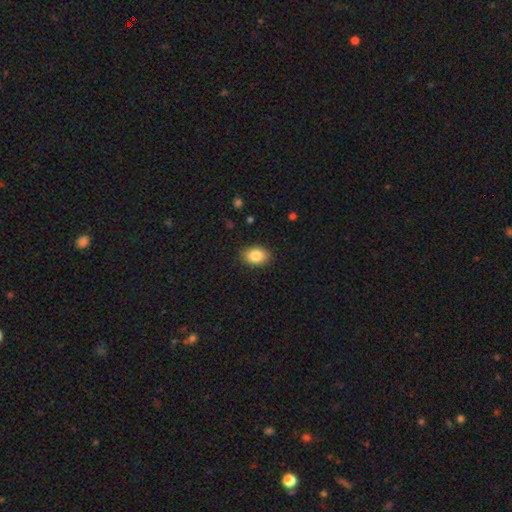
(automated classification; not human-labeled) Q: Smooth or featured?
A: smooth (85%); runner-up: star or artifact (8%)
Q: How rounded?
A: in between (79%); runner-up: round (20%)
Q: Merging?
A: none (88%); runner-up: minor disturbance (9%)